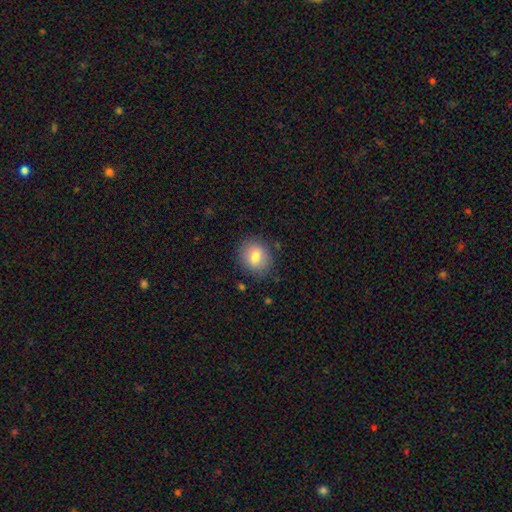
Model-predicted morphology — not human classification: This appears to be a smooth galaxy with no disk features (77%) that is round (70%). Merging: none (85%).